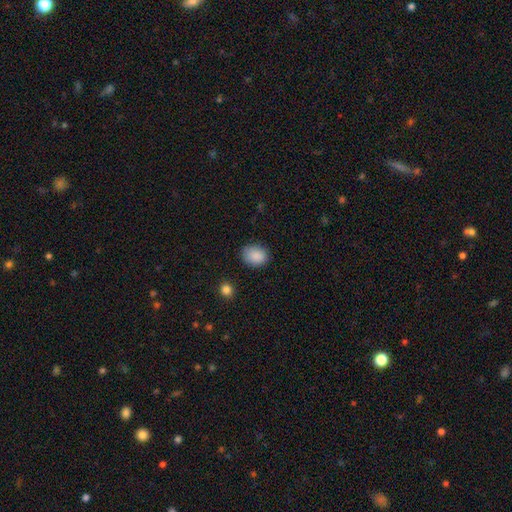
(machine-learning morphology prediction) The model was most divided on "how rounded": in between: 52%, round: 47%, cigar-shaped: 1%. More confident: smooth or featured — smooth (88%); merging — none (83%).